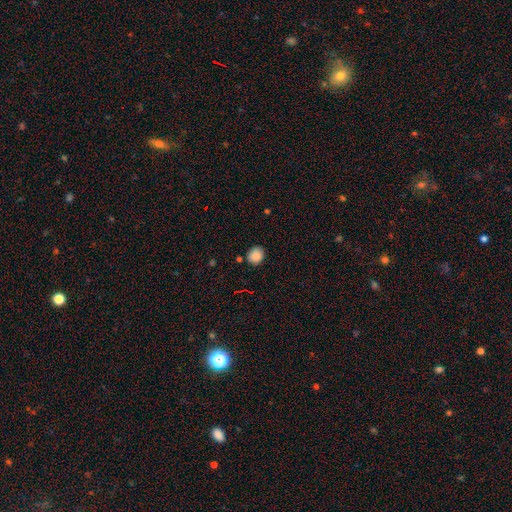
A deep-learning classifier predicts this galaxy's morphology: Smooth or featured? smooth (87%)
How rounded? round (73%)
Merging? none (84%)